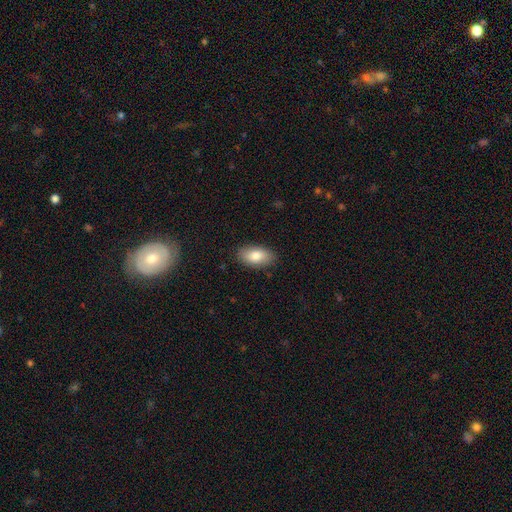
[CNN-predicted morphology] This is clearly a smooth galaxy (81%). How rounded: clearly in between (92%). Merging: clearly none (86%).